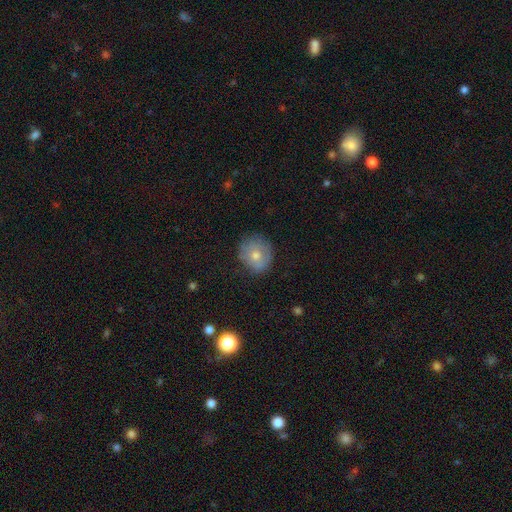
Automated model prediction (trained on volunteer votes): Smooth or featured? Predicted: smooth (p=0.60). How rounded? Predicted: round (p=0.82). Merging? Predicted: none (p=0.78).